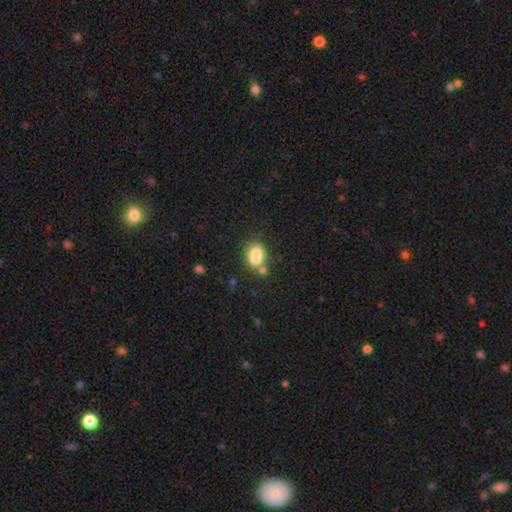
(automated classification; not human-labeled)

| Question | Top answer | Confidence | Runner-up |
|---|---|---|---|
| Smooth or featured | smooth | 77% | featured or disk (13%) |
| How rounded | in between | 63% | round (35%) |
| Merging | none | 42% | merger (36%) |